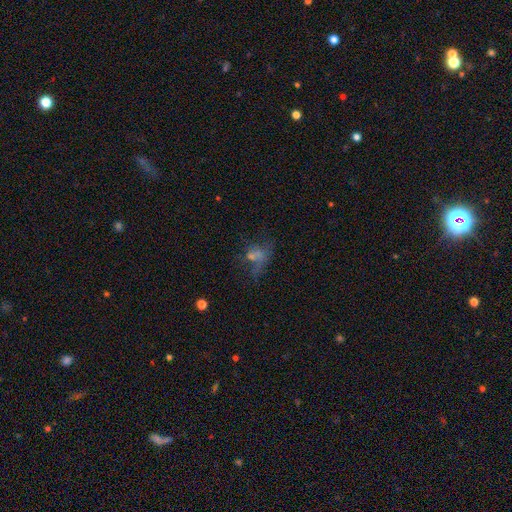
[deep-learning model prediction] smooth 46%, featured or disk 33%, star or artifact 21%. Down the decision tree: merging — major disturbance (37%).